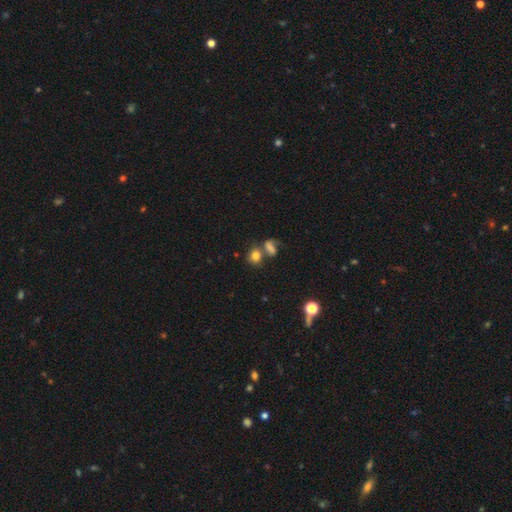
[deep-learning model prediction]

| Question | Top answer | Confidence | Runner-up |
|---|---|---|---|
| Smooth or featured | smooth | 77% | star or artifact (12%) |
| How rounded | round | 59% | in between (39%) |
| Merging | none | 46% | merger (37%) |